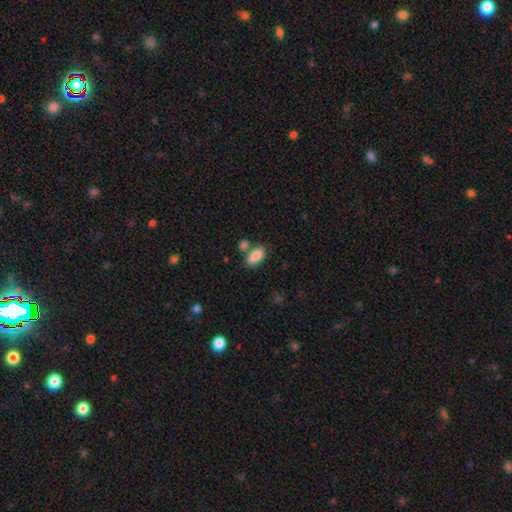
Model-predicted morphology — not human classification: Q: Smooth or featured?
A: smooth (86%); runner-up: featured or disk (7%)
Q: How rounded?
A: in between (91%); runner-up: round (4%)
Q: Merging?
A: none (62%); runner-up: merger (22%)